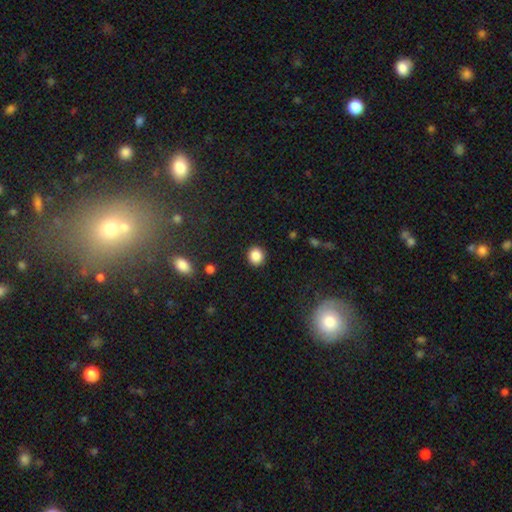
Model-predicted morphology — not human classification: This appears to be a smooth galaxy with no disk features (86%) that is round (86%). Merging: none (91%).